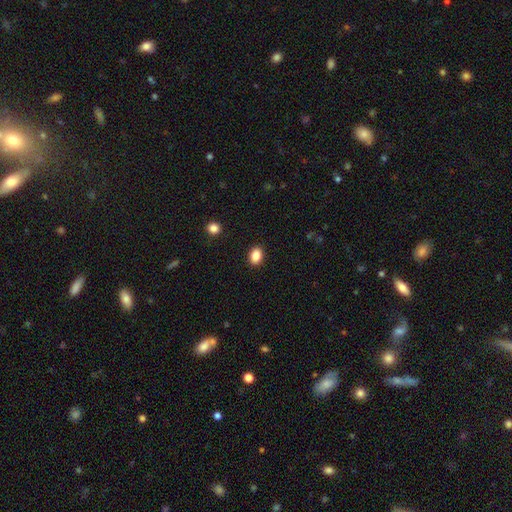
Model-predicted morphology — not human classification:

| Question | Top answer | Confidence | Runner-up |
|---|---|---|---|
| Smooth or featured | smooth | 87% | star or artifact (9%) |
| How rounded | in between | 75% | round (24%) |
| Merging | none | 90% | minor disturbance (7%) |